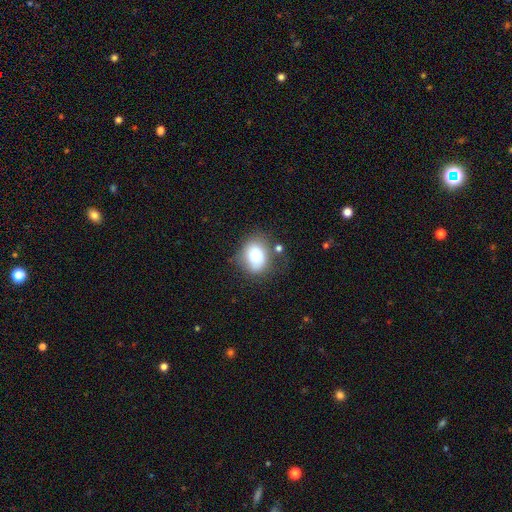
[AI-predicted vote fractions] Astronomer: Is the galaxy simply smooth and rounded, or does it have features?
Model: smooth — 79%.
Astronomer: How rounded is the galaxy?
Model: in between — 64%.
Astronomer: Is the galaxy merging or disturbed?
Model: none — 58%.